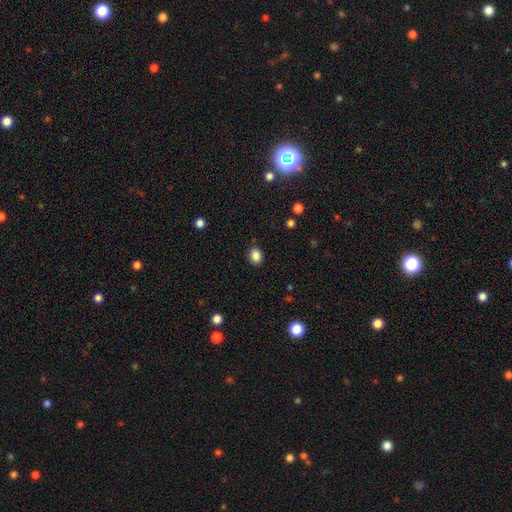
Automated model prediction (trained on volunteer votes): A smooth galaxy with no disk features (86%) that is round (60%).

Vote fractions:
- Smooth or featured? smooth: 86% / star or artifact: 10% / featured or disk: 4%
- How rounded? round: 60% / in between: 39% / cigar-shaped: 1%
- Merging? none: 89% / minor disturbance: 8% / major disturbance: 2% / merger: 1%